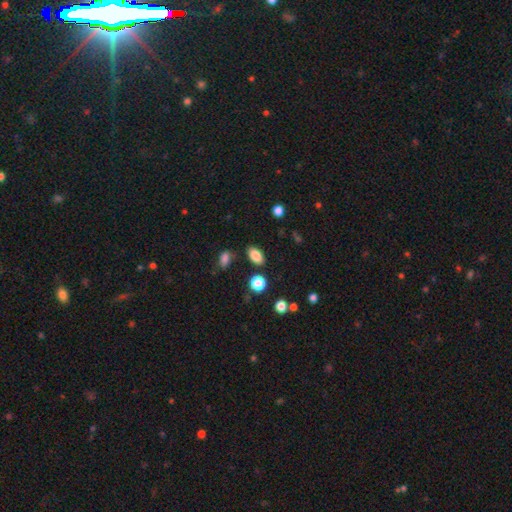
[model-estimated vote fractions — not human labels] Smooth or featured? Predicted: smooth (p=0.85). How rounded? Predicted: in between (p=0.88). Merging? Predicted: none (p=0.82).